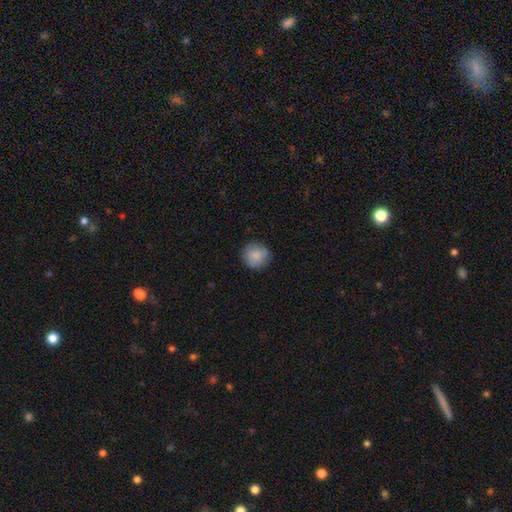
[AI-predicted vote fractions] The model was most divided on "merging": none: 84%, minor disturbance: 13%, major disturbance: 3%, merger: 1%. More confident: how rounded — round (92%); smooth or featured — smooth (85%).